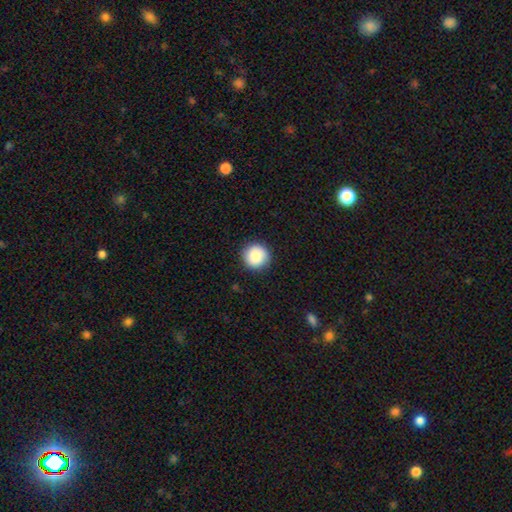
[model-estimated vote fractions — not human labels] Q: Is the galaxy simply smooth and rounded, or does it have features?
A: smooth — 85%.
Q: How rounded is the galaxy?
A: round — 95%.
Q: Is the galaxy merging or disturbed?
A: none — 90%.